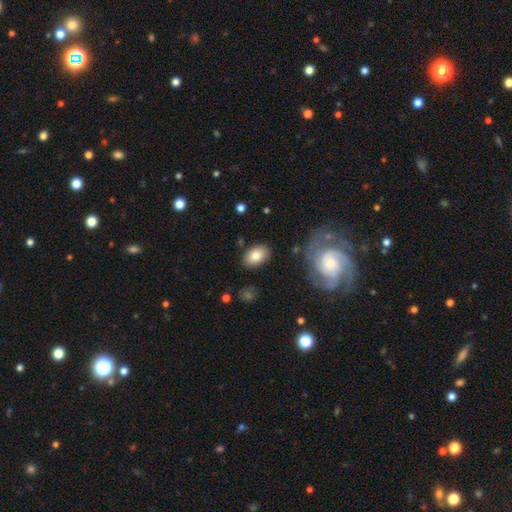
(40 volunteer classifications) smooth 80%, featured or disk 12%, star or artifact 8%. Down the decision tree: how rounded — in between (88%); merging — none (76%).